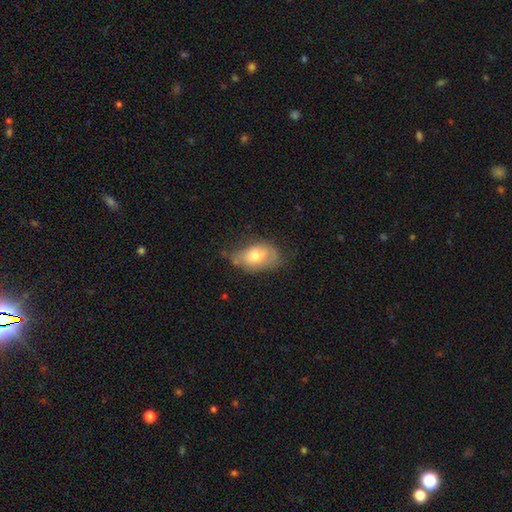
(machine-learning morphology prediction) Overall: smooth (65%; featured or disk 27%). How rounded: in between (88%). Merging: none (48%; minor disturbance 36%).